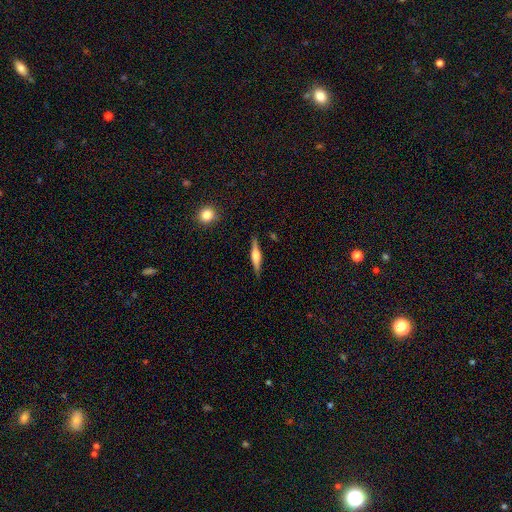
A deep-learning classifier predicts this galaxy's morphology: Q: Smooth or featured?
A: featured or disk (63%); runner-up: smooth (31%)
Q: Edge-on disk?
A: yes (97%); runner-up: no (3%)
Q: Edge-on bulge?
A: rounded (76%); runner-up: boxy (19%)
Q: Merging?
A: none (88%); runner-up: minor disturbance (8%)